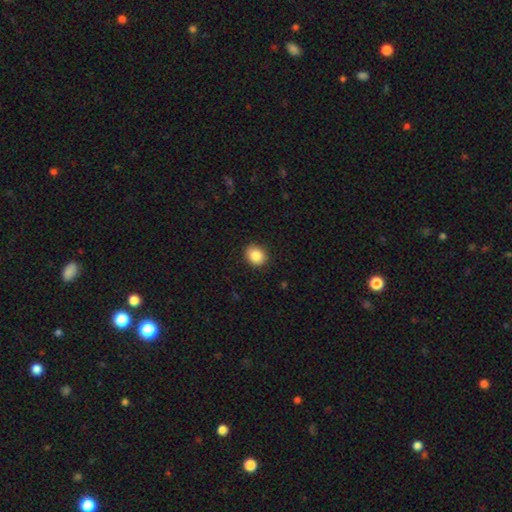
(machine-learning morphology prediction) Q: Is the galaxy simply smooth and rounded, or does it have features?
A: smooth — 87%.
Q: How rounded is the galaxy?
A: round — 58%.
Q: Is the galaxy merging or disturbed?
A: none — 90%.